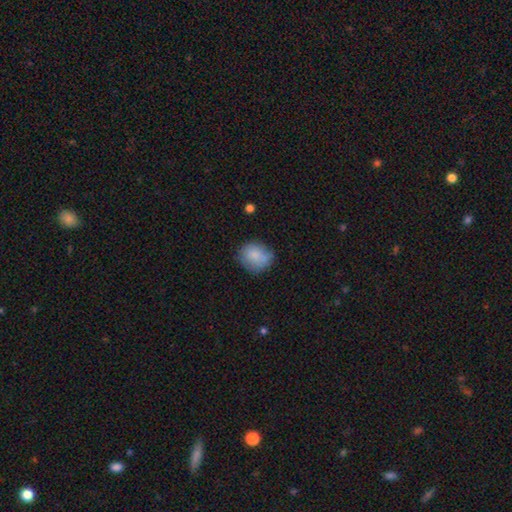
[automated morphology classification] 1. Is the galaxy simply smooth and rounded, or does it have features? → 83% smooth, 9% featured or disk, 8% star or artifact.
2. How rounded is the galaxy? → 64% round, 35% in between, 1% cigar-shaped.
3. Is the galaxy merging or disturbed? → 66% none, 26% minor disturbance, 6% major disturbance, 2% merger.